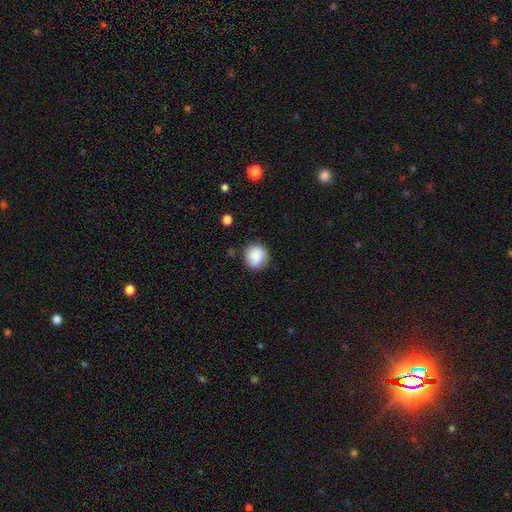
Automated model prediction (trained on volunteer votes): smooth 85%, star or artifact 8%, featured or disk 7%. Down the decision tree: how rounded — round (86%); merging — none (75%).